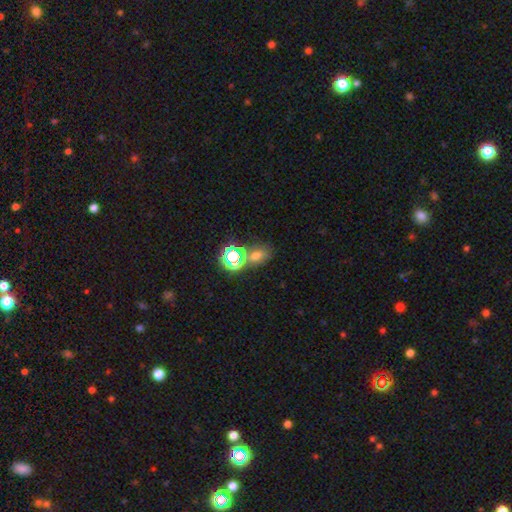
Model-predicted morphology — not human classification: smooth-or-featured: smooth: 51% | star or artifact: 36% | featured or disk: 12%
  how-rounded: in between: 62% | round: 36% | cigar-shaped: 2%
  merging: none: 56% | merger: 27% | minor disturbance: 12% | major disturbance: 6%